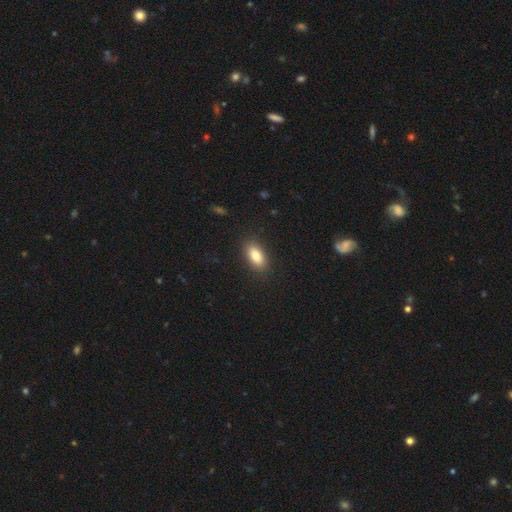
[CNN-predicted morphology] smooth_or_featured: smooth (p=0.84) [alt: featured or disk p=0.09]
how_rounded: in between (p=0.88) [alt: cigar-shaped p=0.08]
merging: none (p=0.88) [alt: minor disturbance p=0.09]